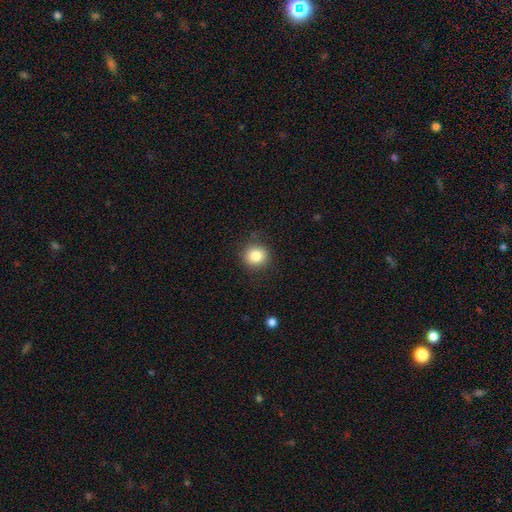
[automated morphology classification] Smooth or featured? Predicted: smooth (p=0.83). How rounded? Predicted: round (p=0.87). Merging? Predicted: none (p=0.87).